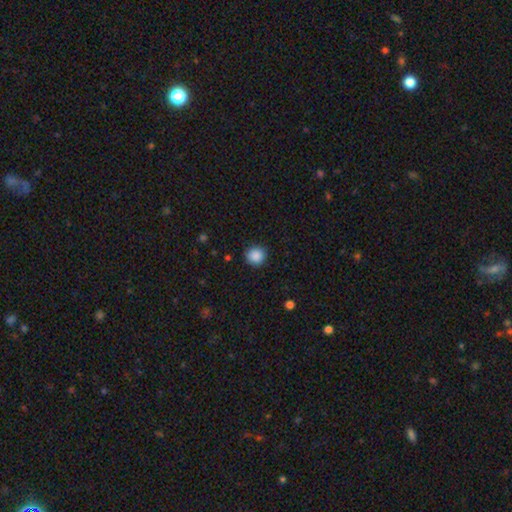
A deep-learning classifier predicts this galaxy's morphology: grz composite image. It shows a smooth galaxy with no disk features (88%) that is round (93%). Merging: none (89%).